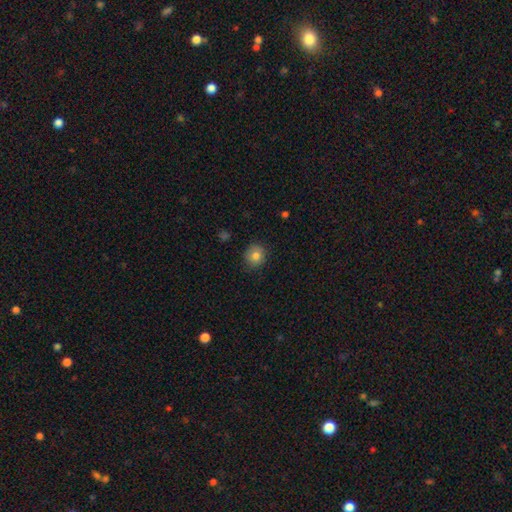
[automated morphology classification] Smooth or featured: smooth — 82% (star or artifact — 10%)
How rounded: round — 85% (in between — 15%)
Merging: none — 86% (minor disturbance — 10%)